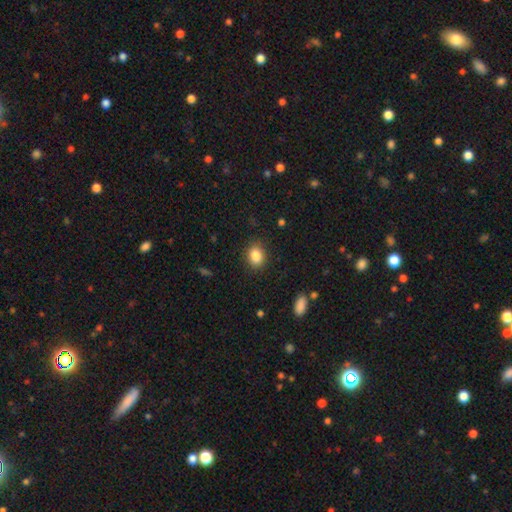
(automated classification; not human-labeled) smooth_or_featured: smooth (p=0.85) [alt: star or artifact p=0.10]
how_rounded: round (p=0.53) [alt: in between p=0.46]
merging: none (p=0.87) [alt: minor disturbance p=0.09]